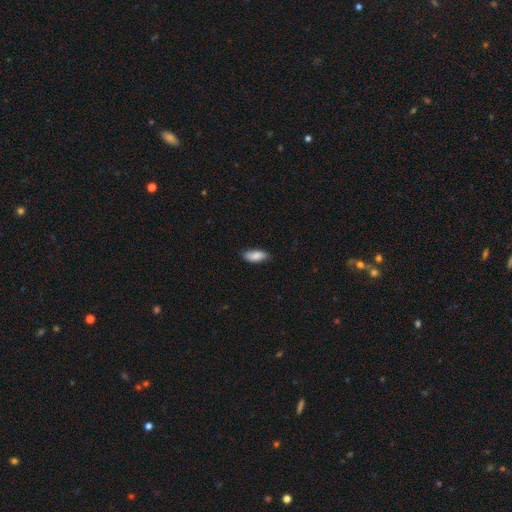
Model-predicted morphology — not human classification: smooth-or-featured: smooth: 86% | featured or disk: 8% | star or artifact: 6%
  how-rounded: in between: 84% | cigar-shaped: 14% | round: 2%
  merging: none: 80% | minor disturbance: 16% | major disturbance: 2% | merger: 1%